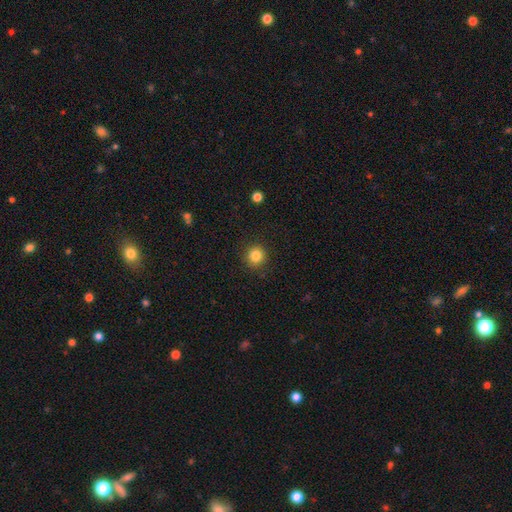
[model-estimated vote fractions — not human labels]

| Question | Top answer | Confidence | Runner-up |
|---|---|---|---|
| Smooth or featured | smooth | 84% | star or artifact (11%) |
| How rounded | round | 93% | in between (6%) |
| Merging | none | 91% | minor disturbance (6%) |